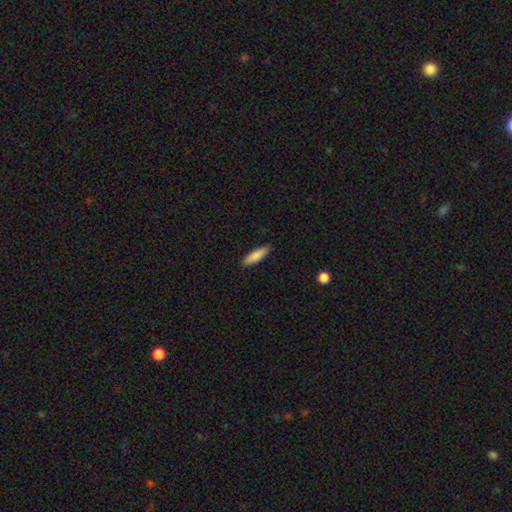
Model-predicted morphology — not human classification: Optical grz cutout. It shows a smooth galaxy with no disk features (85%) that is cigar-shaped (63%). Merging: none (89%).